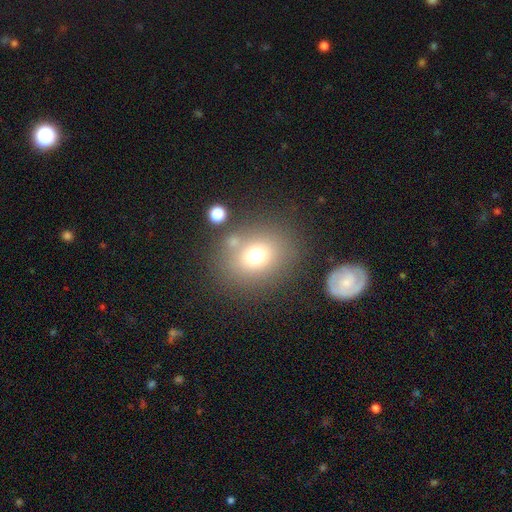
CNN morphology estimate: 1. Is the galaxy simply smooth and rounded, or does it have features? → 72% smooth, 14% star or artifact, 13% featured or disk.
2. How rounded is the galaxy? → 58% round, 41% in between, 1% cigar-shaped.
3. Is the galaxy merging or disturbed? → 73% none, 12% minor disturbance, 9% merger, 6% major disturbance.